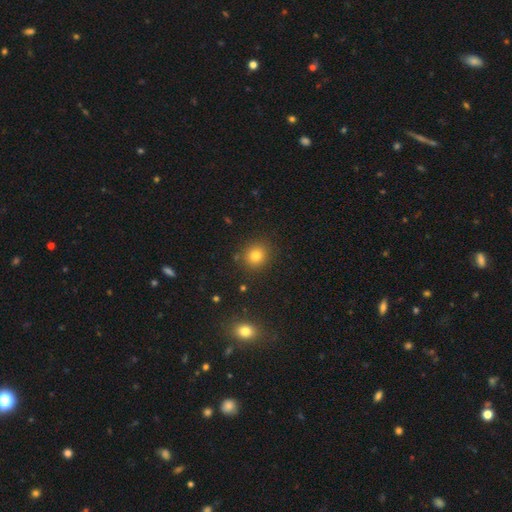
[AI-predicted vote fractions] Smooth or featured? smooth (78%)
How rounded? round (86%)
Merging? none (87%)